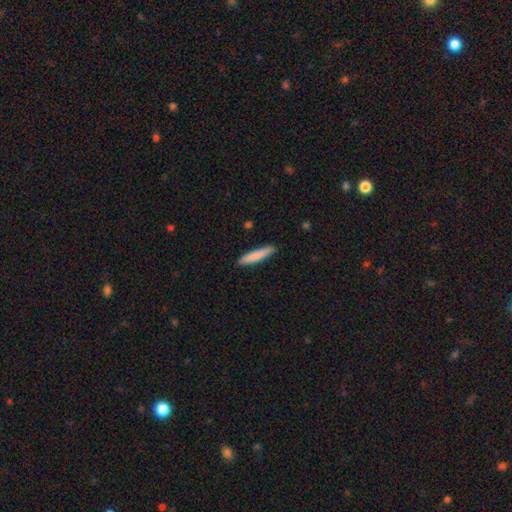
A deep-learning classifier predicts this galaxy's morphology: Overall: smooth (83%). How rounded: cigar-shaped (90%). Merging: none (89%).